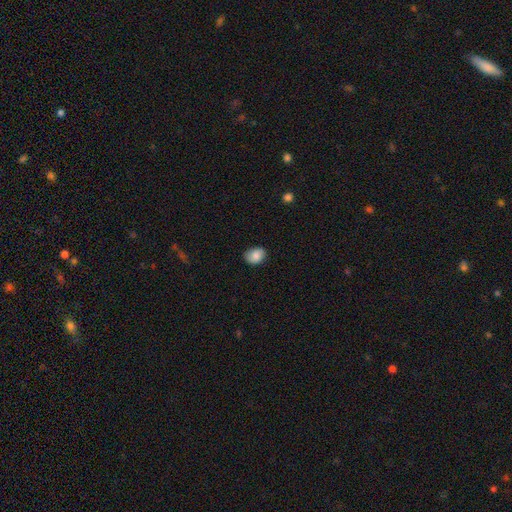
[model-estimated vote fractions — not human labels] smooth-or-featured: smooth: 83% | featured or disk: 9% | star or artifact: 8%
  how-rounded: in between: 62% | round: 37% | cigar-shaped: 1%
  merging: none: 78% | minor disturbance: 17% | major disturbance: 3% | merger: 1%